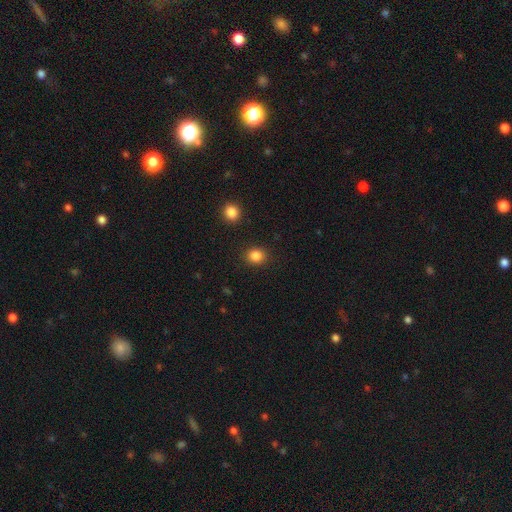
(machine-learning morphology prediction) Smooth or featured? Predicted: smooth (p=0.85). How rounded? Predicted: round (p=0.79). Merging? Predicted: none (p=0.89).